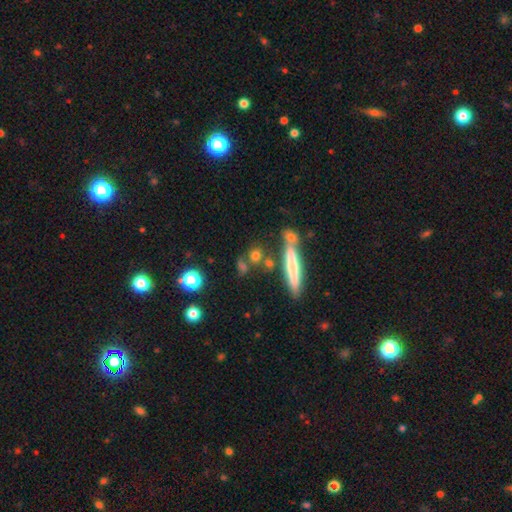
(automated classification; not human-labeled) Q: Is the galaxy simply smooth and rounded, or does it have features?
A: smooth — 67%.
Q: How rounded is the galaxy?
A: round — 43%.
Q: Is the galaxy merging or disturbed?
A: none — 64%.